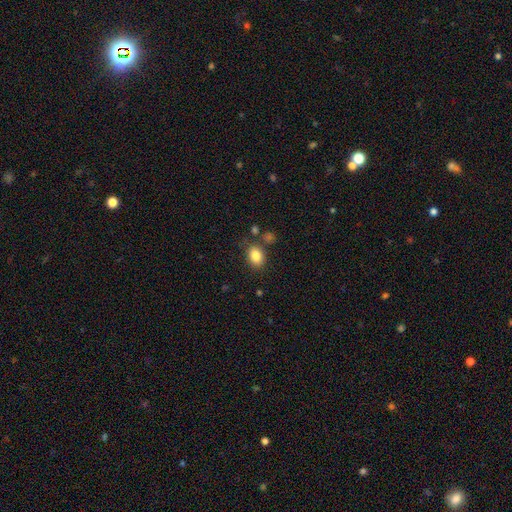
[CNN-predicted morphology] Overall: smooth (85%). How rounded: in between (70%). Merging: none (76%).